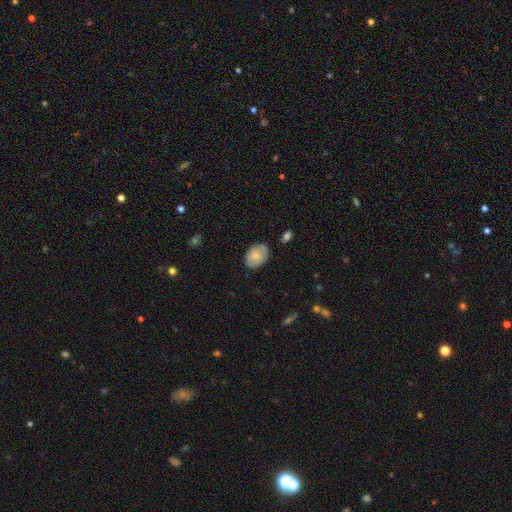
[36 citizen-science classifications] This is likely a smooth galaxy (64%). How rounded: clearly in between (87%). Merging: clearly none (85%).